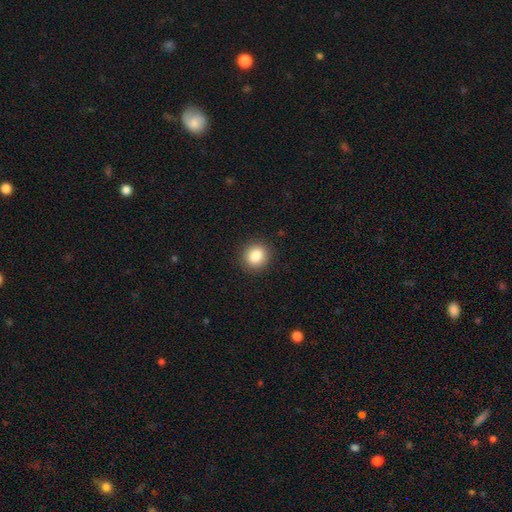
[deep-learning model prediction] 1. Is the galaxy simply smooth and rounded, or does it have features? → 86% smooth, 9% star or artifact, 5% featured or disk.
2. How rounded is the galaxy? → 79% round, 20% in between, 1% cigar-shaped.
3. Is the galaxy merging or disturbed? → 91% none, 6% minor disturbance, 2% major disturbance, 1% merger.